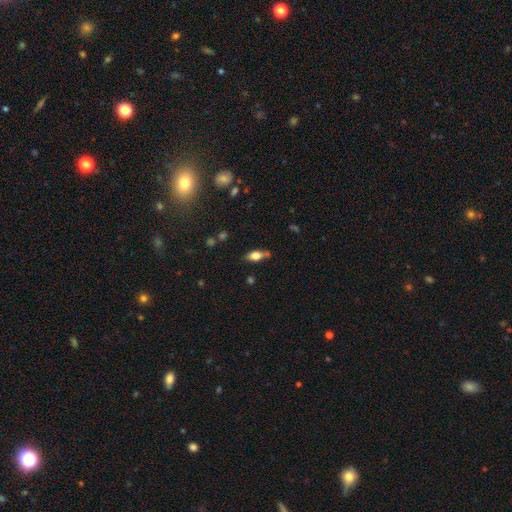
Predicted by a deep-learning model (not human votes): A smooth galaxy with no disk features (63%) that is in between round and cigar-shaped (77%).

Vote fractions:
- Smooth or featured? smooth: 63% / featured or disk: 29% / star or artifact: 8%
- How rounded? in between: 77% / cigar-shaped: 19% / round: 4%
- Merging? none: 73% / minor disturbance: 18% / merger: 5% / major disturbance: 4%